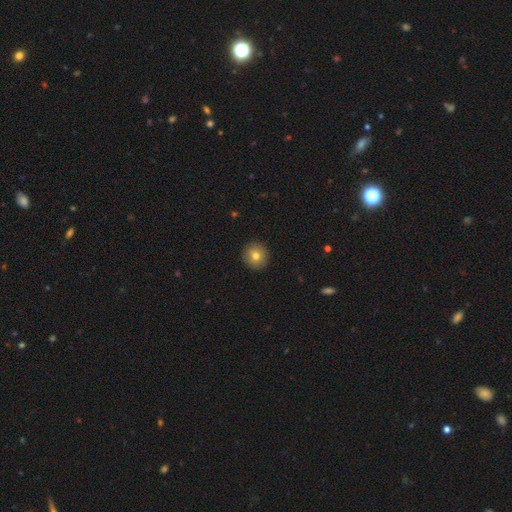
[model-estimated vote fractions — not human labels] Morphology: type=smooth (77%); roundness=round (94%); merging=none (92%).